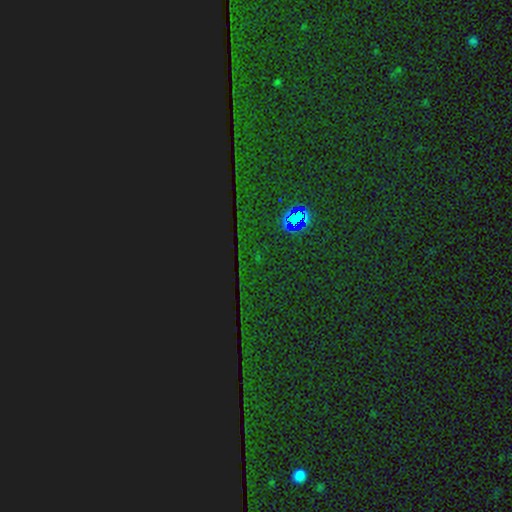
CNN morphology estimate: type=star or artifact (86%).